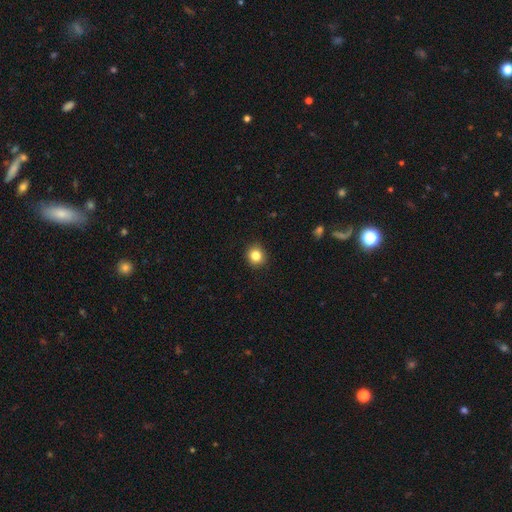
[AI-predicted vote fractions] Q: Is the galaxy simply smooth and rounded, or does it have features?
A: smooth — 84%.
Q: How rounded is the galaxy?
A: round — 86%.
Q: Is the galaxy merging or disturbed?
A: none — 92%.